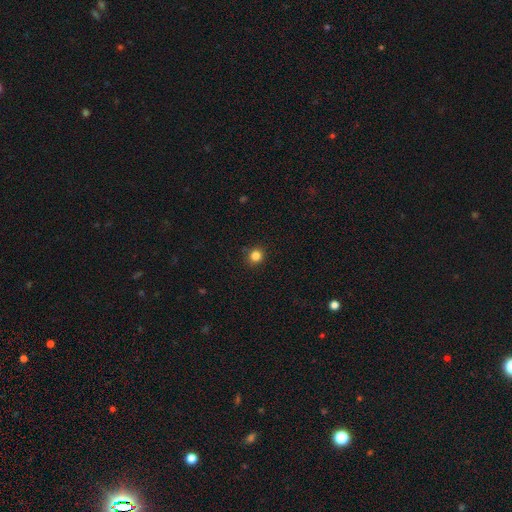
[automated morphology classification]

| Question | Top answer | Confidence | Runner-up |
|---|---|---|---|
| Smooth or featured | smooth | 83% | star or artifact (13%) |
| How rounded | round | 89% | in between (10%) |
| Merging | none | 90% | minor disturbance (7%) |